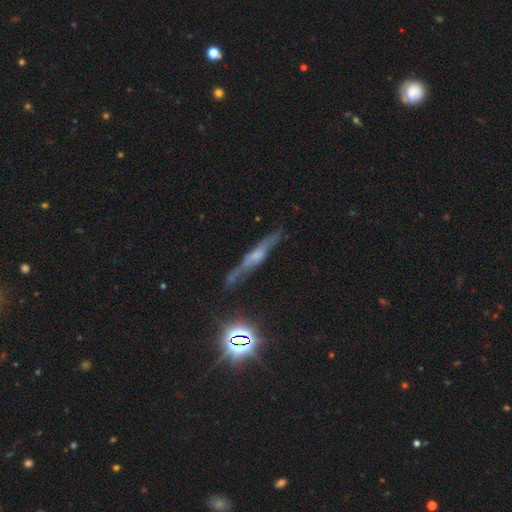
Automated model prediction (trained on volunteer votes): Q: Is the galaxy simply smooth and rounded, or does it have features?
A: featured or disk — 59%.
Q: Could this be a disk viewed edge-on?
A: yes — 88%.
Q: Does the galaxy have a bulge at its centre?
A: rounded — 55%.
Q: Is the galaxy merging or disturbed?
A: none — 72%.